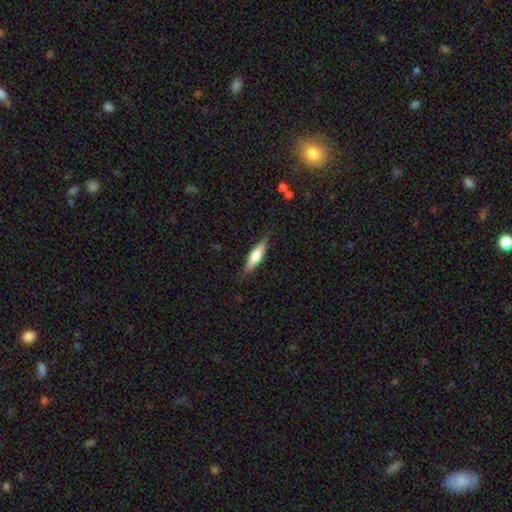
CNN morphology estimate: This is likely a smooth galaxy (62%). How rounded: likely cigar-shaped (65%). Merging: clearly none (83%).